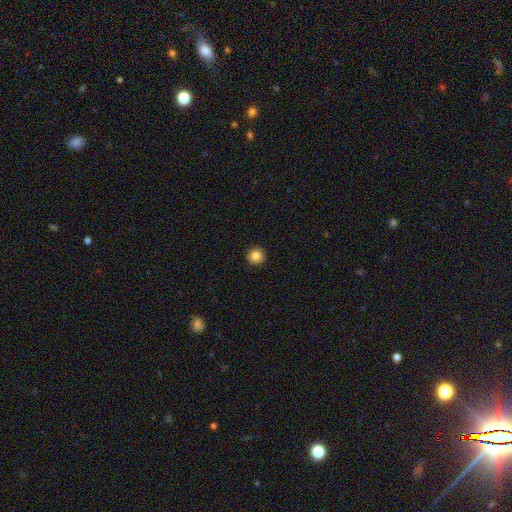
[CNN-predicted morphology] A smooth galaxy with no disk features (85%) that is round (95%). Merging: none (93%).